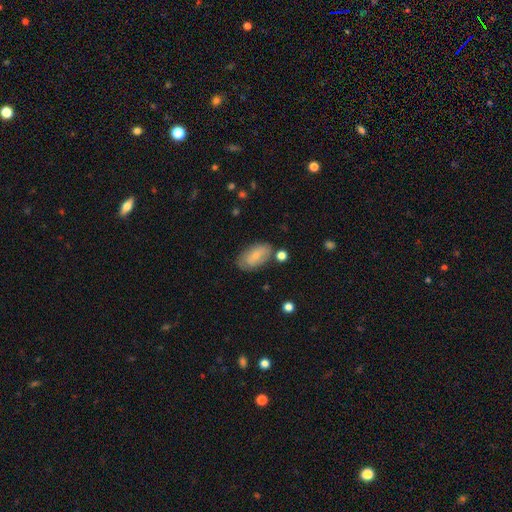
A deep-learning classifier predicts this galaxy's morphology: This appears to be a smooth galaxy with no disk features (68%) that is in between round and cigar-shaped (92%). Merging: none (70%).